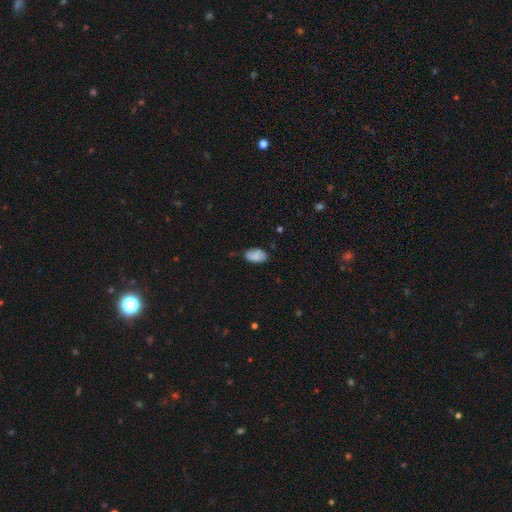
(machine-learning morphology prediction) smooth_or_featured: smooth (p=0.86) [alt: star or artifact p=0.07]
how_rounded: in between (p=0.95) [alt: round p=0.04]
merging: none (p=0.80) [alt: minor disturbance p=0.16]